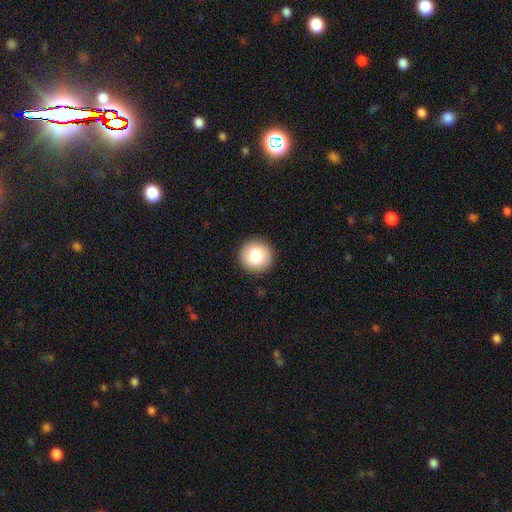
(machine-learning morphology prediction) Overall: smooth (83%). How rounded: round (94%). Merging: none (92%).